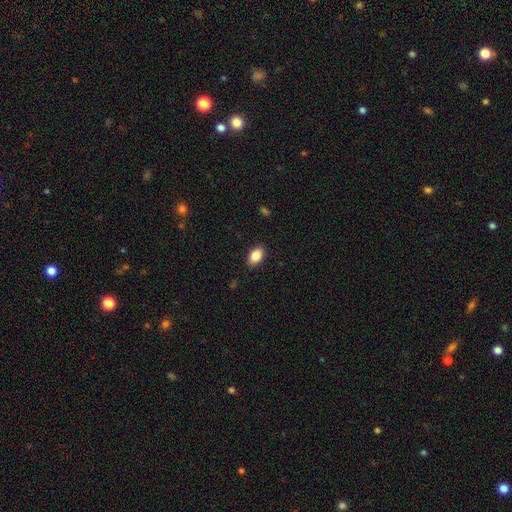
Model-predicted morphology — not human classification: A smooth galaxy with no disk features (87%) that is in between round and cigar-shaped (86%).

Vote fractions:
- Smooth or featured? smooth: 87% / star or artifact: 8% / featured or disk: 5%
- How rounded? in between: 86% / round: 13% / cigar-shaped: 1%
- Merging? none: 88% / minor disturbance: 8% / major disturbance: 2% / merger: 1%